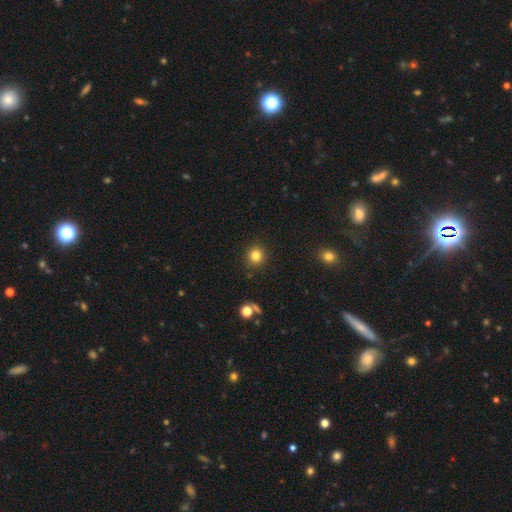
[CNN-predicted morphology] smooth_or_featured: smooth (p=0.82) [alt: star or artifact p=0.13]
how_rounded: round (p=0.91) [alt: in between p=0.08]
merging: none (p=0.90) [alt: minor disturbance p=0.06]